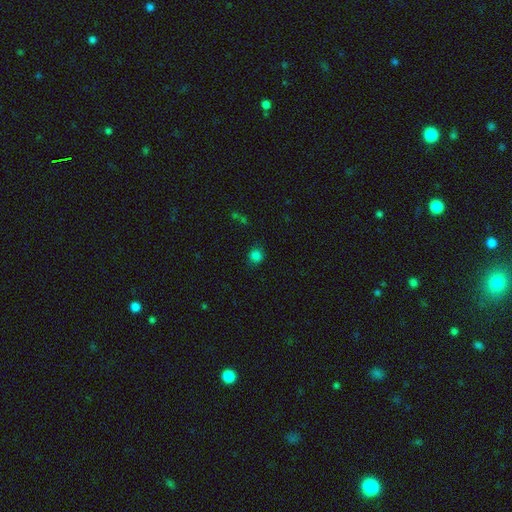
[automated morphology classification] Q: Smooth or featured?
A: smooth (81%); runner-up: star or artifact (15%)
Q: How rounded?
A: round (84%); runner-up: in between (15%)
Q: Merging?
A: none (84%); runner-up: minor disturbance (11%)